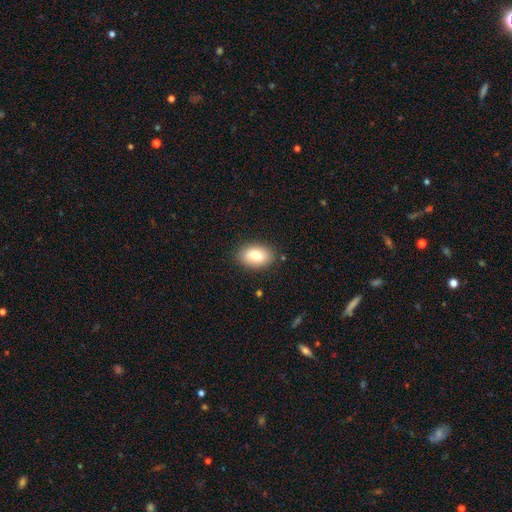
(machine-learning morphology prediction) smooth 80%, featured or disk 12%, star or artifact 7%. Down the decision tree: how rounded — in between (88%); merging — none (86%).